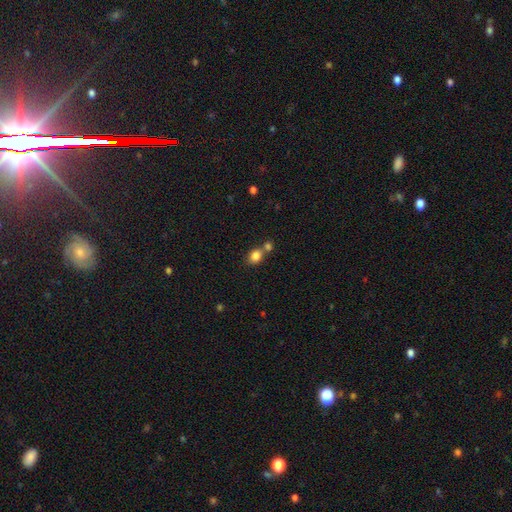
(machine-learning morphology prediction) Overall: smooth (83%). How rounded: in between (50%; round 49%). Merging: none (48%; merger 39%).